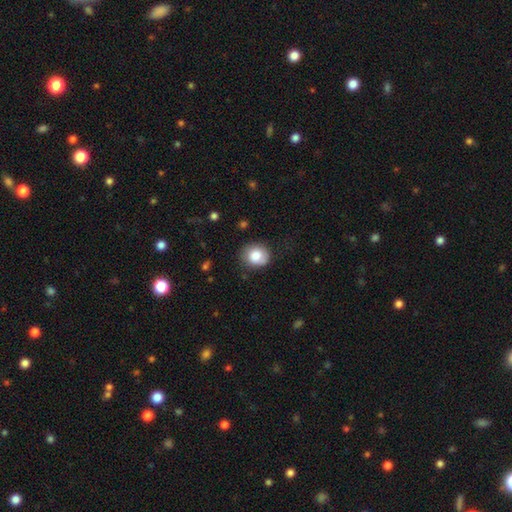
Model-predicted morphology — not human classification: A smooth galaxy with no disk features (82%) that is round (77%).

Vote fractions:
- Smooth or featured? smooth: 82% / featured or disk: 10% / star or artifact: 8%
- How rounded? round: 77% / in between: 22% / cigar-shaped: 1%
- Merging? none: 77% / minor disturbance: 18% / major disturbance: 4% / merger: 1%